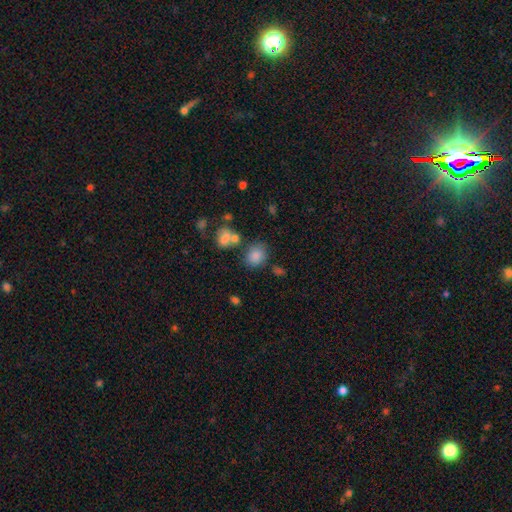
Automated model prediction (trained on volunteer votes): Smooth or featured?
  - smooth: 83% *
  - star or artifact: 11%
  - featured or disk: 7%
How rounded?
  - round: 60% *
  - in between: 39%
  - cigar-shaped: 1%
Merging?
  - none: 66% *
  - merger: 14%
  - minor disturbance: 14%
  - major disturbance: 5%